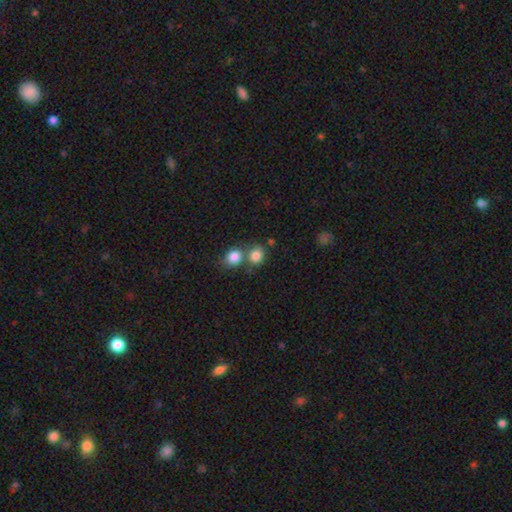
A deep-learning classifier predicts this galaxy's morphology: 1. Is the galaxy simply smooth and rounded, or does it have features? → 83% smooth, 10% star or artifact, 7% featured or disk.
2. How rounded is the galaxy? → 77% round, 22% in between, 1% cigar-shaped.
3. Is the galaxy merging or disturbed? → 49% none, 40% merger, 8% minor disturbance, 3% major disturbance.